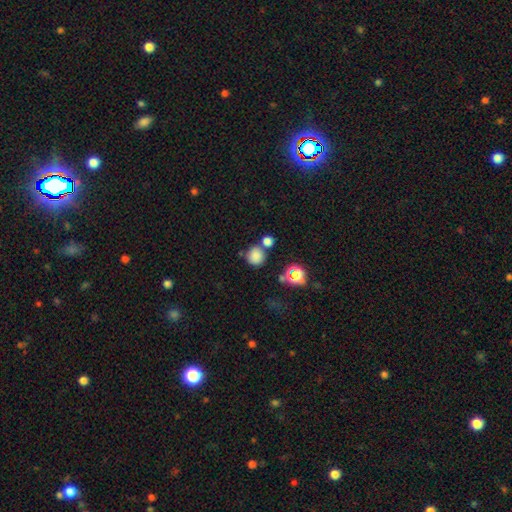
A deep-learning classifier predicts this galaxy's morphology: Smooth or featured: smooth — 80% (star or artifact — 13%)
How rounded: round — 90% (in between — 9%)
Merging: none — 62% (merger — 23%)